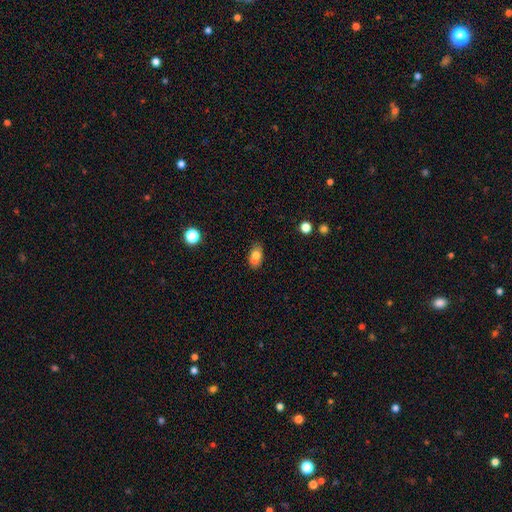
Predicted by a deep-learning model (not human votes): Overall: smooth (76%). How rounded: in between (88%). Merging: none (77%).